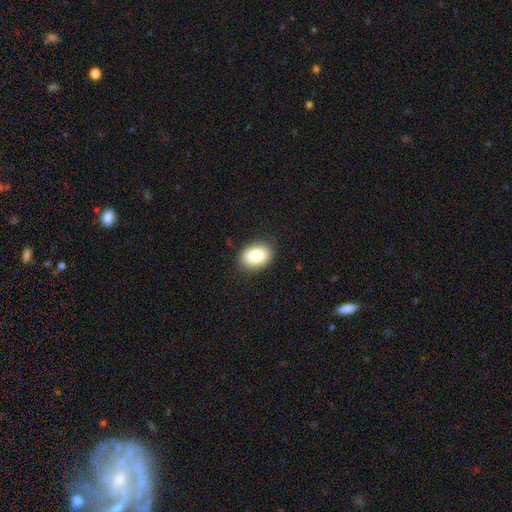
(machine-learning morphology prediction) A smooth galaxy with no disk features (85%) that is in between round and cigar-shaped (79%).

Vote fractions:
- Smooth or featured? smooth: 85% / star or artifact: 7% / featured or disk: 7%
- How rounded? in between: 79% / round: 20% / cigar-shaped: 1%
- Merging? none: 87% / minor disturbance: 10% / major disturbance: 2% / merger: 1%